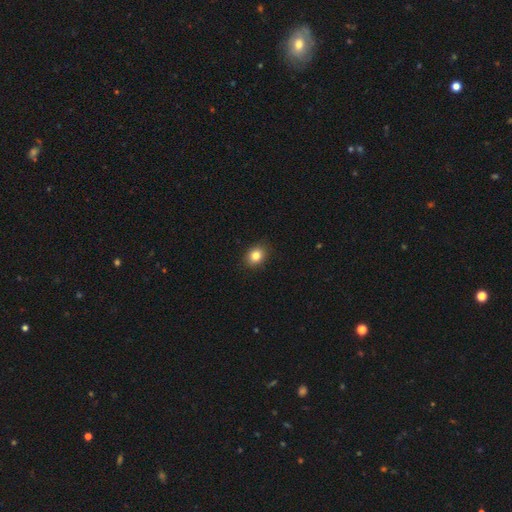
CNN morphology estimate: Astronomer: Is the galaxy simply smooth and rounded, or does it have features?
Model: smooth — 84%.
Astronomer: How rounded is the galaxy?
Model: in between — 58% (runner-up: round, 41%).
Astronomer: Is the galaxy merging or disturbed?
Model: none — 89%.